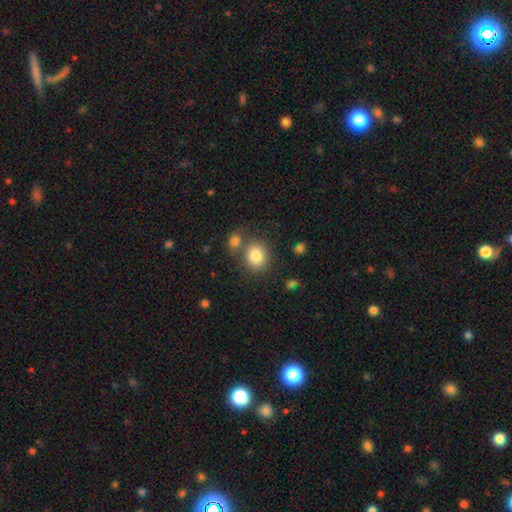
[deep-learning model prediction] smooth_or_featured: smooth (p=0.82) [alt: star or artifact p=0.09]
how_rounded: round (p=0.75) [alt: in between p=0.24]
merging: none (p=0.64) [alt: merger p=0.23]